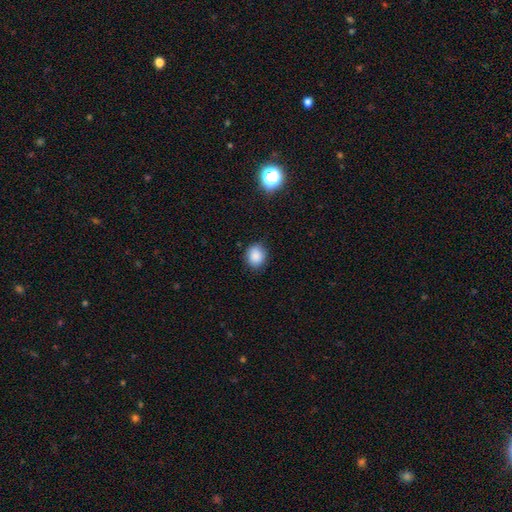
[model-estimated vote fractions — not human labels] The model was most divided on "how rounded": round: 65%, in between: 34%, cigar-shaped: 1%. More confident: smooth or featured — smooth (86%); merging — none (85%).